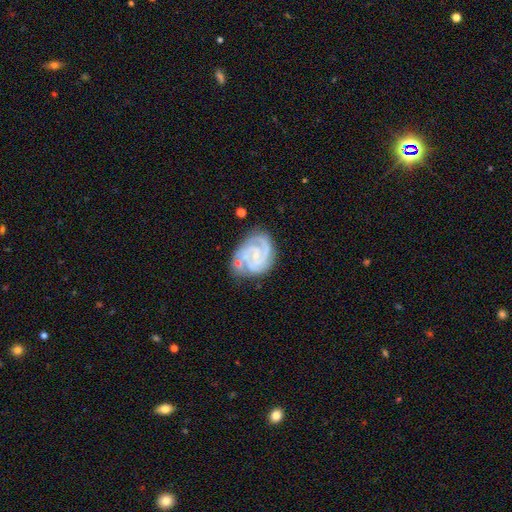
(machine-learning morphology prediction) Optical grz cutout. It shows a featured or disk galaxy (89%) with no bar (59%), 3 (40%) tight (68%) spiral arms (98%) and a small central bulge (74%). Merging: none (64%).